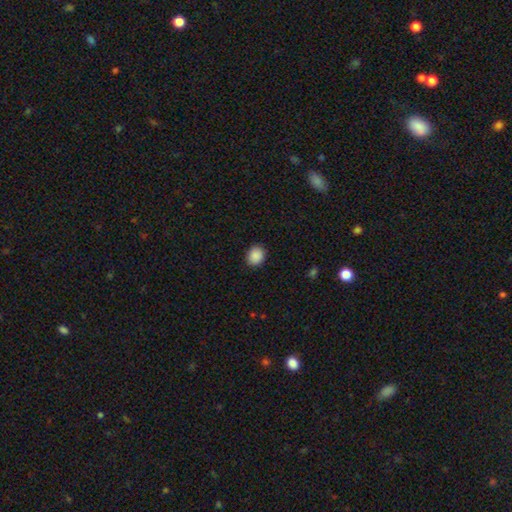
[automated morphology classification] A smooth galaxy with no disk features (89%) that is round (67%).

Vote fractions:
- Smooth or featured? smooth: 89% / star or artifact: 8% / featured or disk: 3%
- How rounded? round: 67% / in between: 32% / cigar-shaped: 1%
- Merging? none: 90% / minor disturbance: 7% / major disturbance: 2% / merger: 1%